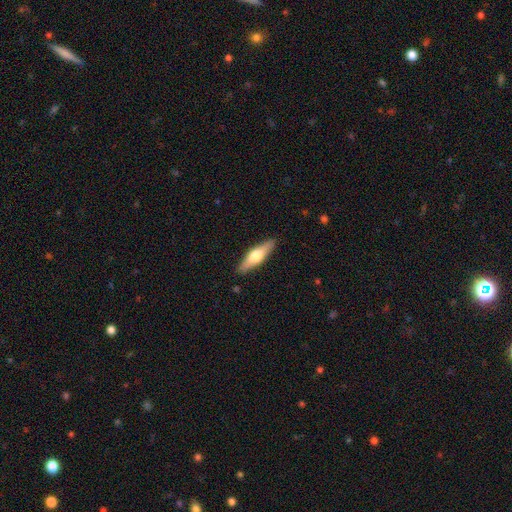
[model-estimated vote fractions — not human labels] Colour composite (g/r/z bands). It shows a smooth galaxy with no disk features (50%) that is cigar-shaped (62%). Merging: none (89%).